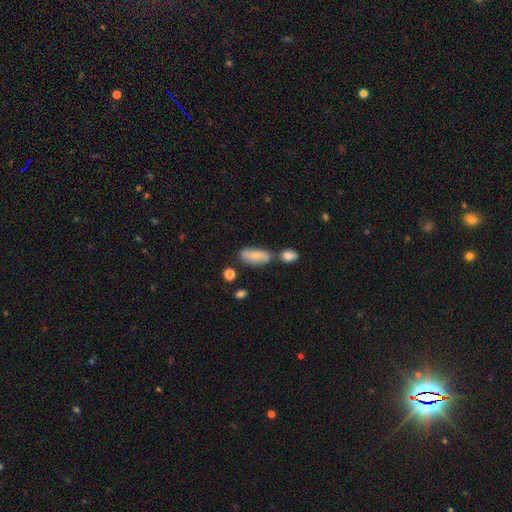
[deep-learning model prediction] Smooth or featured: smooth — 66% (featured or disk — 27%)
How rounded: in between — 82% (cigar-shaped — 15%)
Merging: none — 56% (merger — 22%)